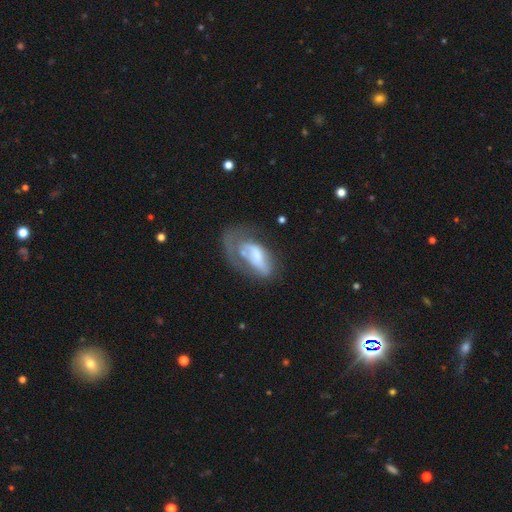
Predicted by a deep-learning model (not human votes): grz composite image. It shows a featured or disk galaxy (51%). Merging: major disturbance (47%).